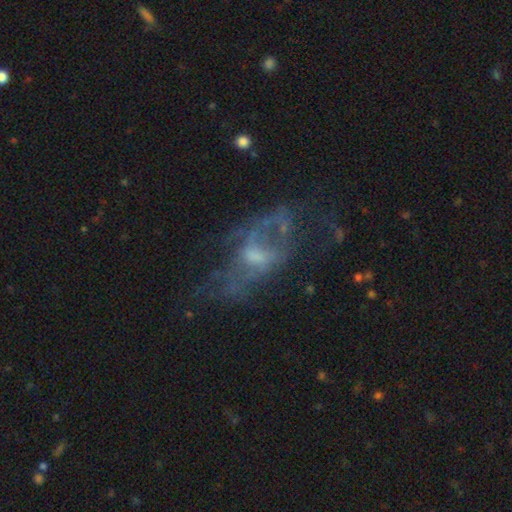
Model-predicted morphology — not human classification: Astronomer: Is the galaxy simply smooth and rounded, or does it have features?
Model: featured or disk — 63%.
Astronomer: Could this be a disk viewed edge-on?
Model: no — 89%.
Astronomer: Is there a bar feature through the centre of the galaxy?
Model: no — 66%.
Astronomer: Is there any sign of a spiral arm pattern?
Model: no — 60% (runner-up: yes, 40%).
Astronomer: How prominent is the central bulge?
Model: small — 43% (runner-up: moderate, 38%).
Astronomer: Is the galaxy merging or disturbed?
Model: none — 49% (runner-up: major disturbance, 27%).